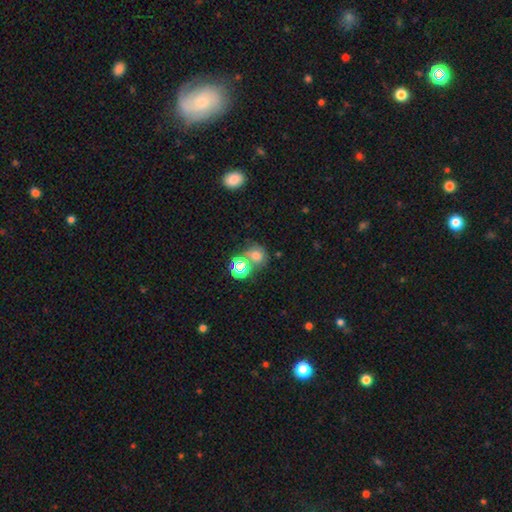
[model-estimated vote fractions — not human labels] Q: Smooth or featured?
A: smooth (61%); runner-up: star or artifact (27%)
Q: How rounded?
A: round (73%); runner-up: in between (26%)
Q: Merging?
A: none (50%); runner-up: merger (32%)